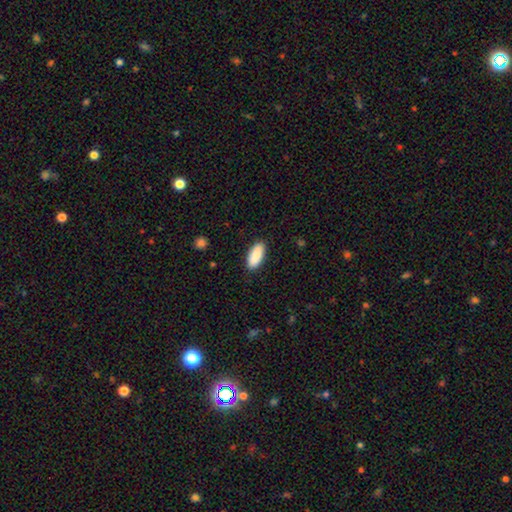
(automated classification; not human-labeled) Smooth or featured? smooth (90%)
How rounded? in between (87%)
Merging? none (89%)